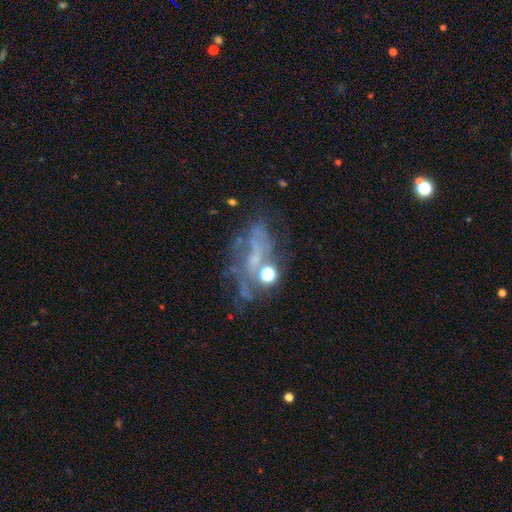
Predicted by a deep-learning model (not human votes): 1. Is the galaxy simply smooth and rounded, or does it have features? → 54% featured or disk, 28% star or artifact, 18% smooth.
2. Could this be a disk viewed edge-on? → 92% no, 8% yes.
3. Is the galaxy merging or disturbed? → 40% none, 30% major disturbance, 18% minor disturbance, 12% merger.